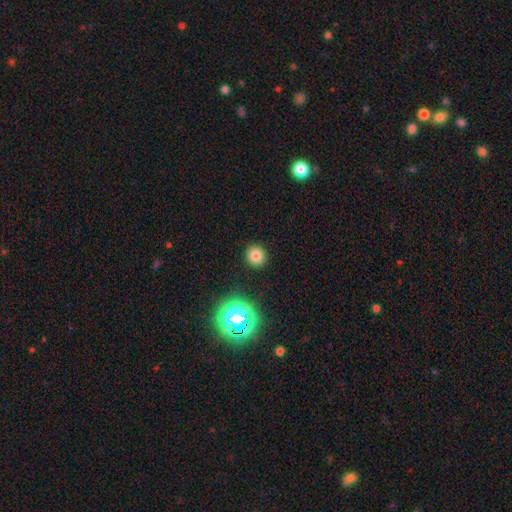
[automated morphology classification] smooth_or_featured: smooth (p=0.78) [alt: star or artifact p=0.16]
how_rounded: round (p=0.89) [alt: in between p=0.10]
merging: none (p=0.91) [alt: minor disturbance p=0.06]